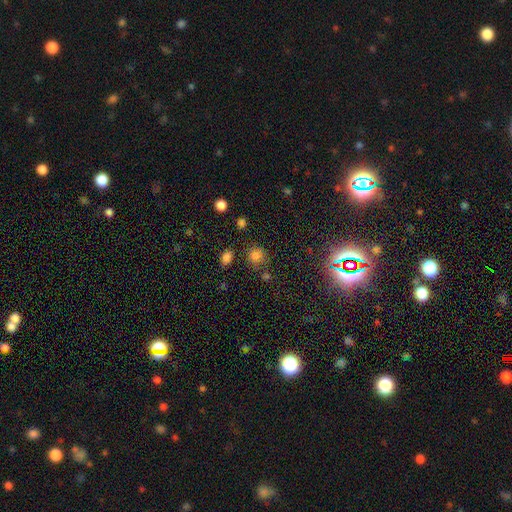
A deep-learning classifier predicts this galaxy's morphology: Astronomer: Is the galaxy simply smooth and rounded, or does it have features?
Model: smooth — 78%.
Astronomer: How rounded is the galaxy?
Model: round — 80%.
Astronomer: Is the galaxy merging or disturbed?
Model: none — 72%.